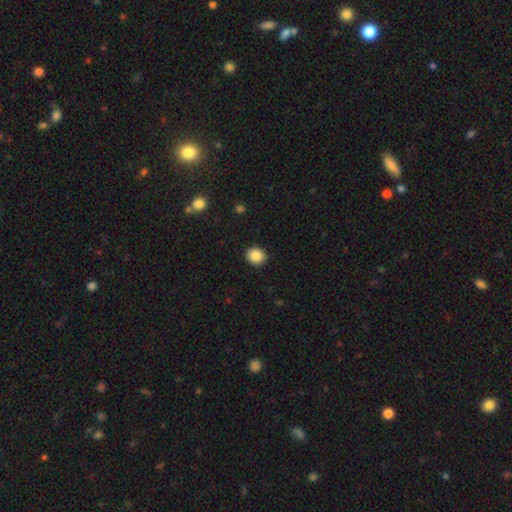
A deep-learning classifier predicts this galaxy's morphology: Smooth or featured? Predicted: smooth (p=0.87). How rounded? Predicted: round (p=0.76). Merging? Predicted: none (p=0.92).